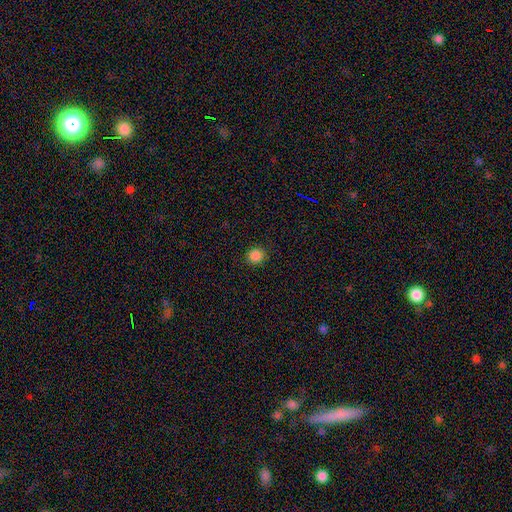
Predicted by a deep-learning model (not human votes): Smooth or featured?
  - smooth: 85% *
  - star or artifact: 12%
  - featured or disk: 3%
How rounded?
  - round: 89% *
  - in between: 10%
  - cigar-shaped: 1%
Merging?
  - none: 91% *
  - minor disturbance: 6%
  - major disturbance: 2%
  - merger: 1%